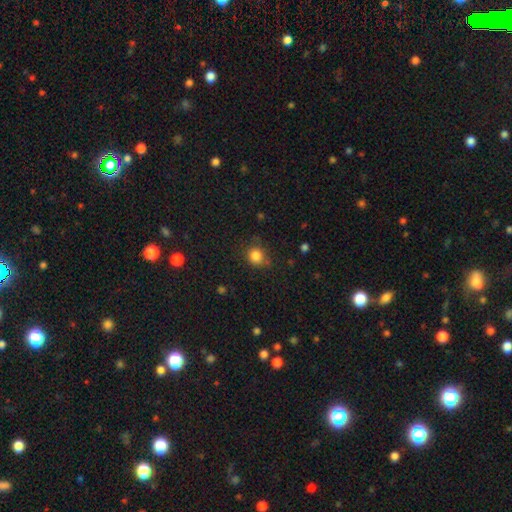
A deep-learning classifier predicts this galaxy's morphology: smooth-or-featured: smooth: 84% | star or artifact: 12% | featured or disk: 5%
  how-rounded: round: 82% | in between: 17% | cigar-shaped: 1%
  merging: none: 73% | minor disturbance: 19% | major disturbance: 5% | merger: 3%